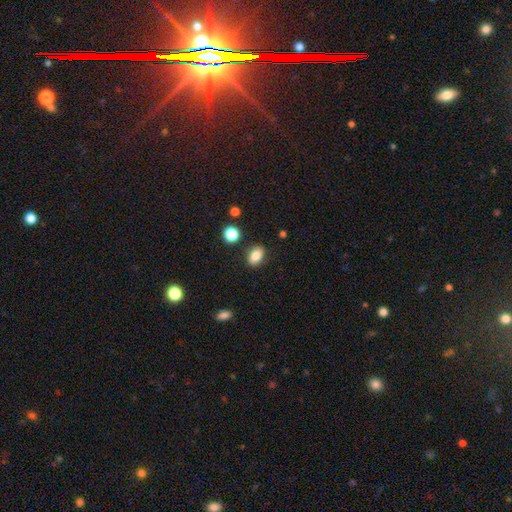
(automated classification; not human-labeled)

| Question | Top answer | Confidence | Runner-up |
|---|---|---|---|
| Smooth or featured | smooth | 83% | star or artifact (9%) |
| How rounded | in between | 78% | round (20%) |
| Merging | none | 84% | minor disturbance (10%) |